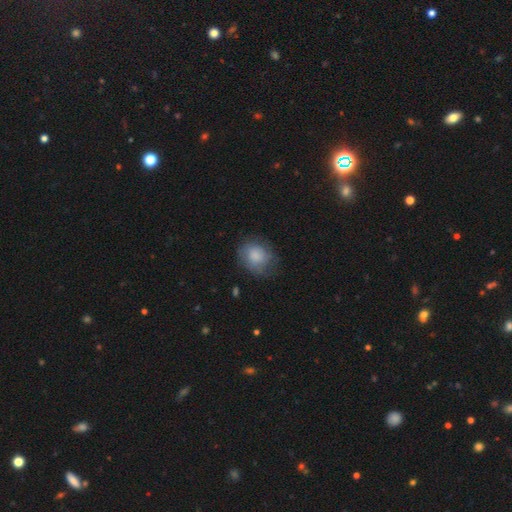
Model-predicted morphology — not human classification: smooth 75%, featured or disk 17%, star or artifact 8%. Down the decision tree: how rounded — round (65%); merging — none (66%).